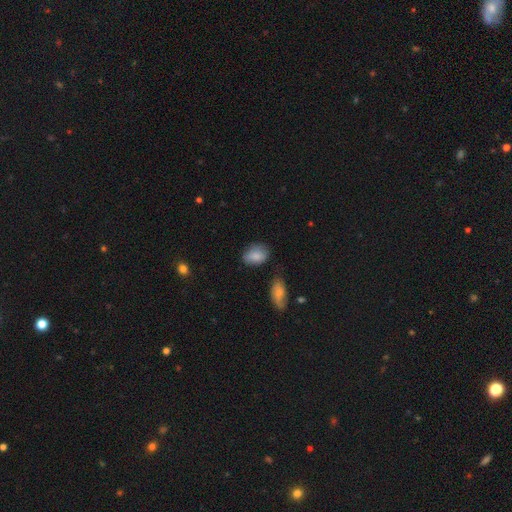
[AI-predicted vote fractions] smooth 83%, featured or disk 9%, star or artifact 8%. Down the decision tree: how rounded — in between (84%); merging — none (65%).